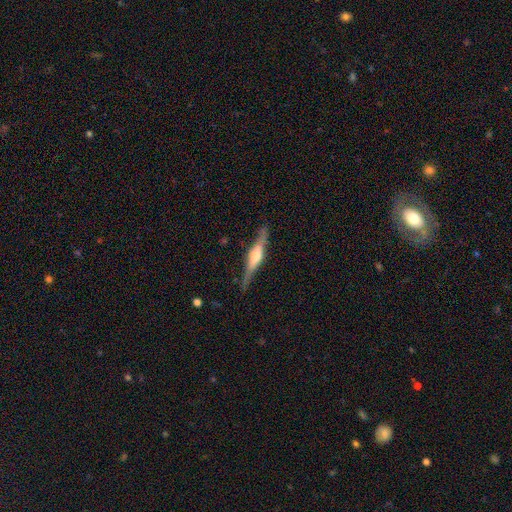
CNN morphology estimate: type=featured or disk (73%); edge-on=yes (97%); edge-on bulge=rounded (78%); merging=none (85%).